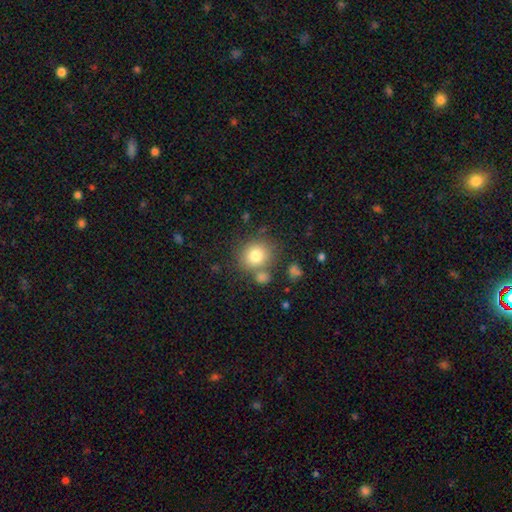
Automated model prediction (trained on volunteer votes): The model was most divided on "merging": none: 70%, merger: 14%, minor disturbance: 11%, major disturbance: 4%. More confident: how rounded — round (81%); smooth or featured — smooth (79%).